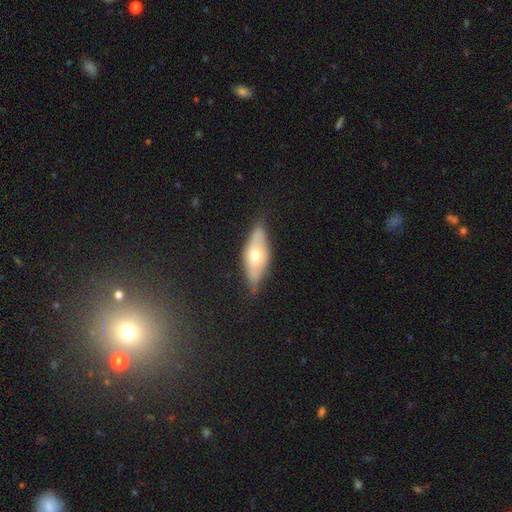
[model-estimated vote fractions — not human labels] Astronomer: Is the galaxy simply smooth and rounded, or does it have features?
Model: featured or disk — 49% (runner-up: smooth, 44%).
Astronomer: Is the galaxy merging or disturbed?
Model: none — 71%.